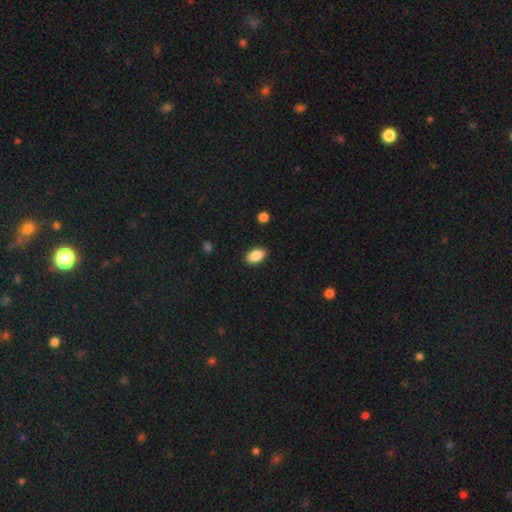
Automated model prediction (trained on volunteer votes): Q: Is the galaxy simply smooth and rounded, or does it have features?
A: smooth — 88%.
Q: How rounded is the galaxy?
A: in between — 92%.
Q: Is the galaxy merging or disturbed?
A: none — 89%.